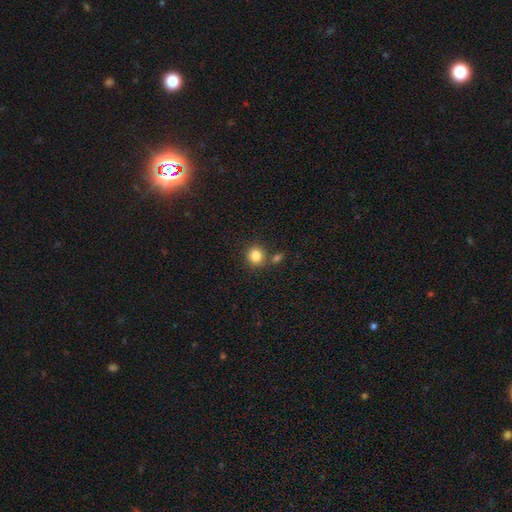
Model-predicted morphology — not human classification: This is clearly a smooth galaxy (83%). How rounded: clearly round (85%). Merging: likely none (74%).